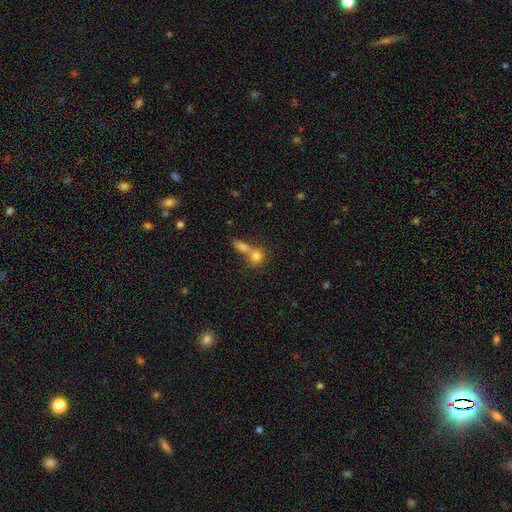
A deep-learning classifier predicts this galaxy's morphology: A smooth galaxy with no disk features (79%) that is round (63%).

Vote fractions:
- Smooth or featured? smooth: 79% / featured or disk: 11% / star or artifact: 10%
- How rounded? round: 63% / in between: 32% / cigar-shaped: 6%
- Merging? merger: 49% / none: 39% / minor disturbance: 8% / major disturbance: 4%